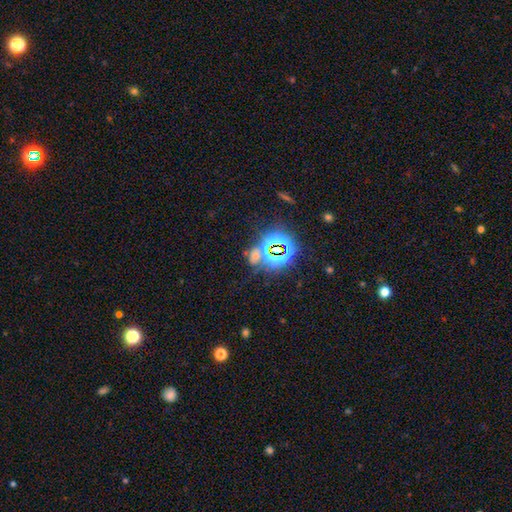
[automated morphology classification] star or artifact 63%, smooth 27%, featured or disk 10%.